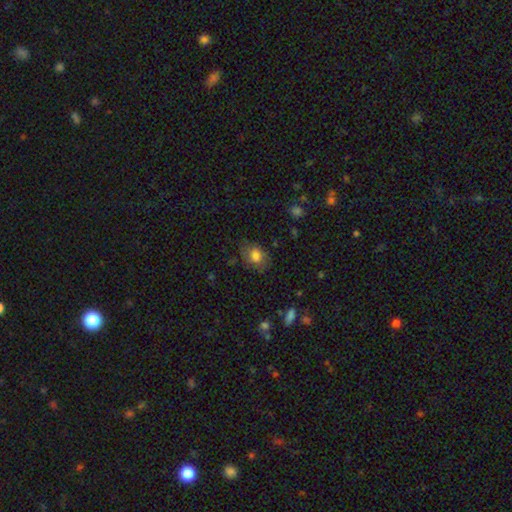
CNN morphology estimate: type=smooth (77%); roundness=in between (72%); merging=none (70%).